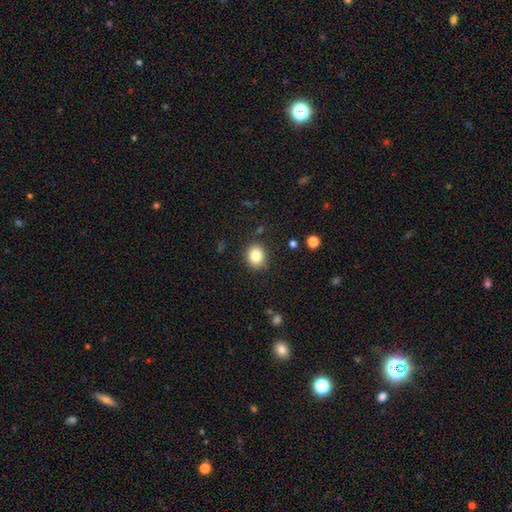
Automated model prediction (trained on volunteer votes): smooth_or_featured: smooth (p=0.84) [alt: star or artifact p=0.10]
how_rounded: round (p=0.68) [alt: in between p=0.31]
merging: none (p=0.86) [alt: minor disturbance p=0.09]